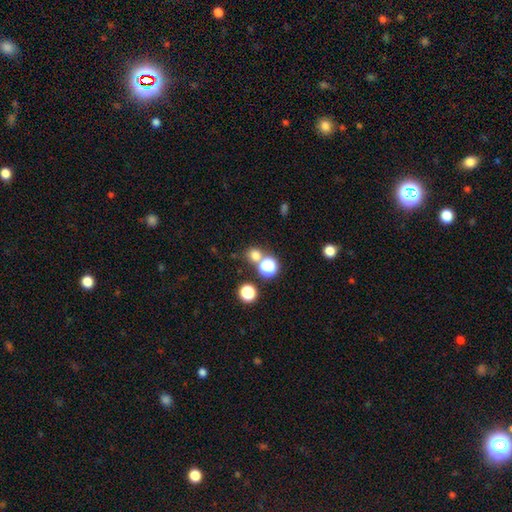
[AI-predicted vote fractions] smooth-or-featured: smooth: 71% | star or artifact: 23% | featured or disk: 6%
  how-rounded: round: 88% | in between: 11% | cigar-shaped: 1%
  merging: none: 67% | merger: 23% | minor disturbance: 7% | major disturbance: 3%